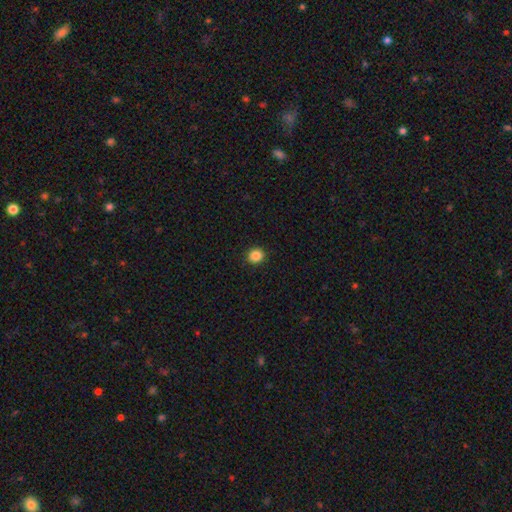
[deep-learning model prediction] Smooth or featured?
  - smooth: 86% *
  - star or artifact: 10%
  - featured or disk: 3%
How rounded?
  - round: 88% *
  - in between: 11%
  - cigar-shaped: 1%
Merging?
  - none: 92% *
  - minor disturbance: 5%
  - major disturbance: 2%
  - merger: 1%